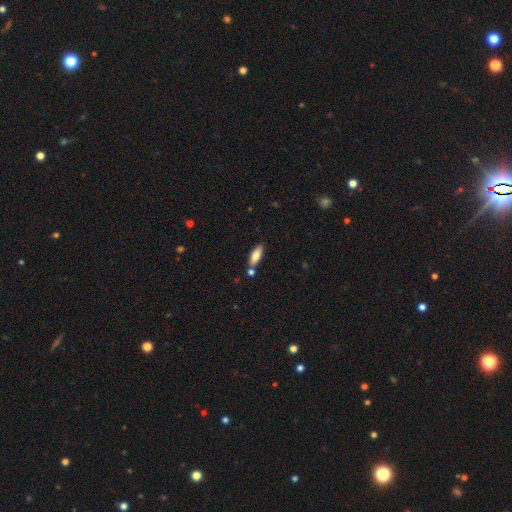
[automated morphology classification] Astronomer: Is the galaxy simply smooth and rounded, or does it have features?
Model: smooth — 78%.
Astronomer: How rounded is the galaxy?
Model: in between — 70%.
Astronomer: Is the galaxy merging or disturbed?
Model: none — 73%.